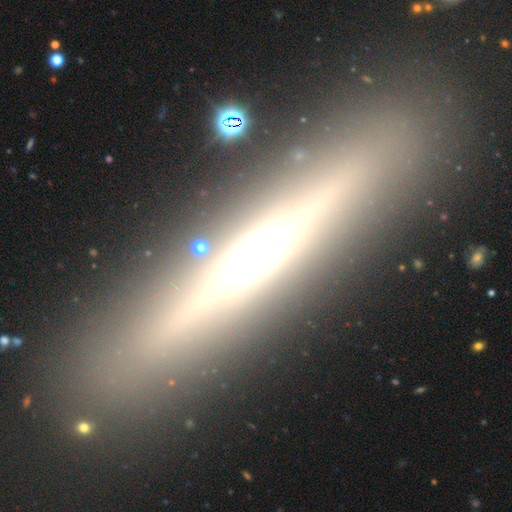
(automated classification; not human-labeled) This is likely a featured or disk galaxy (71%). It is clearly viewed edge-on (93%). Edge-on bulge: likely rounded (75%). Merging: clearly none (85%).